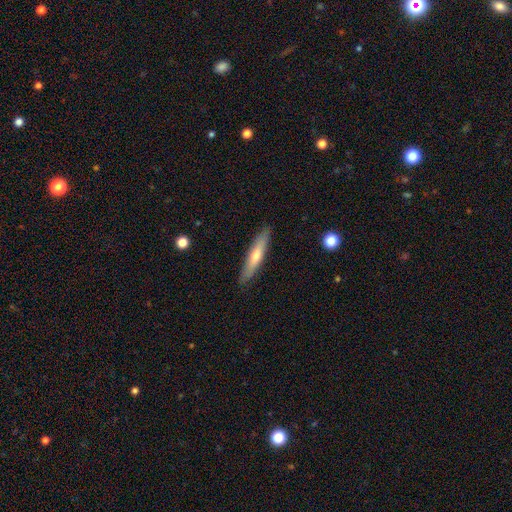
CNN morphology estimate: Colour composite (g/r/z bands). It shows a smooth galaxy with no disk features (55%) that is cigar-shaped (87%). Merging: none (89%).